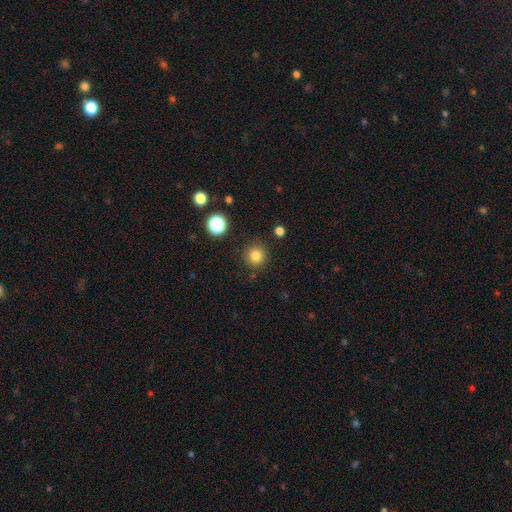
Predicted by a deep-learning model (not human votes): Morphology: type=smooth (82%); roundness=round (93%); merging=none (88%).